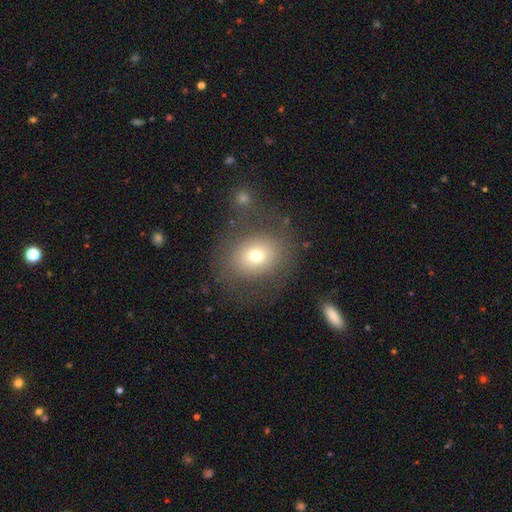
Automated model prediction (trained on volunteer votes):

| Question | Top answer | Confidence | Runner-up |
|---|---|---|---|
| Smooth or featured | smooth | 67% | featured or disk (19%) |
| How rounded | round | 63% | in between (36%) |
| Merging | none | 65% | minor disturbance (15%) |